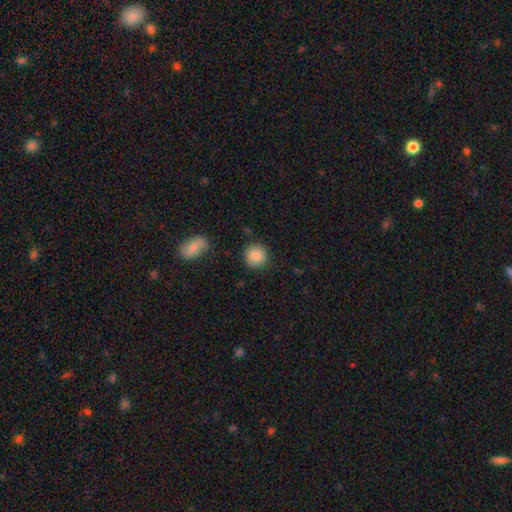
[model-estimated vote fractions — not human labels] Smooth or featured? Predicted: smooth (p=0.88). How rounded? Predicted: round (p=0.89). Merging? Predicted: none (p=0.87).